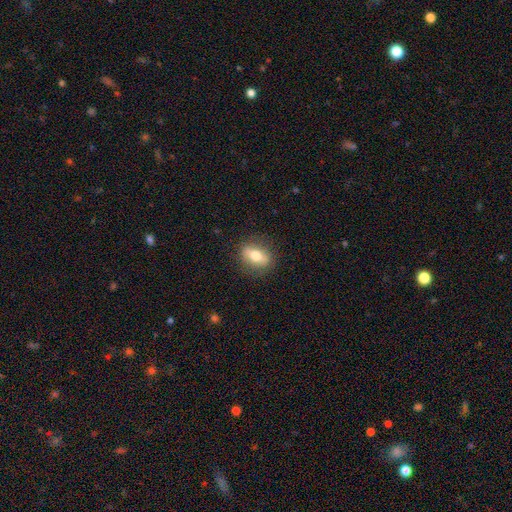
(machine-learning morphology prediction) Smooth or featured?
  - smooth: 64% *
  - featured or disk: 29%
  - star or artifact: 8%
How rounded?
  - in between: 74% *
  - round: 19%
  - cigar-shaped: 7%
Merging?
  - none: 84% *
  - minor disturbance: 11%
  - major disturbance: 3%
  - merger: 1%